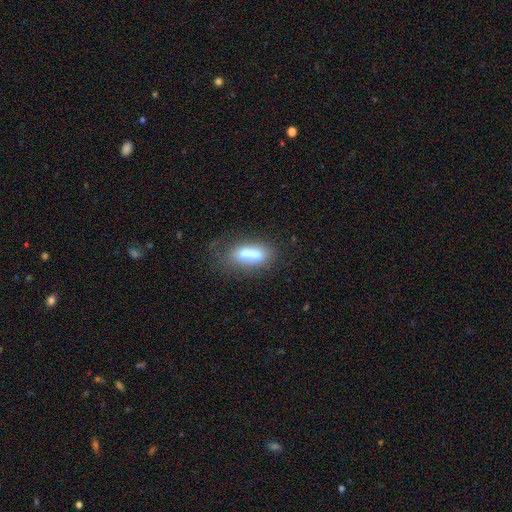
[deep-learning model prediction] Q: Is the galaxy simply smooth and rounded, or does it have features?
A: smooth — 61%.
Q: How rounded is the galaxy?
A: in between — 69%.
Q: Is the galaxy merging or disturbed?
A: merger — 65%.